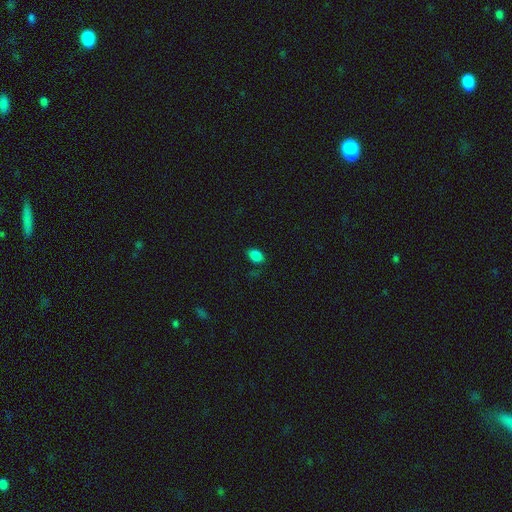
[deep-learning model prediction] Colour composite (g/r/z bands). It shows a smooth galaxy with no disk features (85%) that is in between round and cigar-shaped (86%). Merging: none (81%).